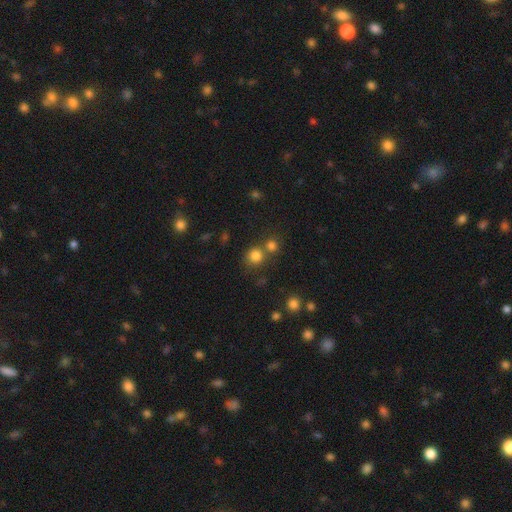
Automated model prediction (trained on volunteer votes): The model was most divided on "merging": none: 63%, merger: 26%, minor disturbance: 8%, major disturbance: 3%. More confident: how rounded — round (89%); smooth or featured — smooth (79%).